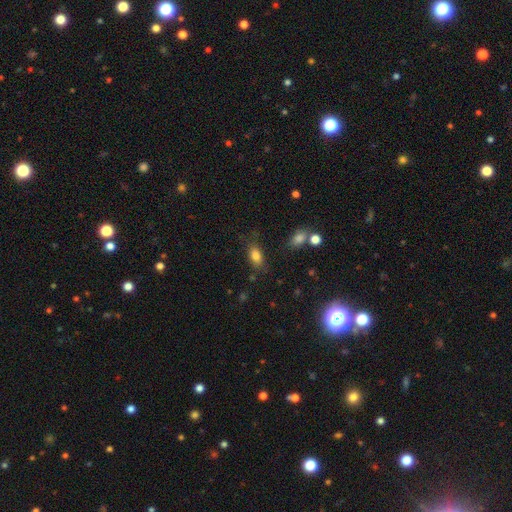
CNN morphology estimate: Smooth or featured: smooth — 82% (star or artifact — 10%)
How rounded: in between — 86% (round — 9%)
Merging: none — 76% (minor disturbance — 15%)